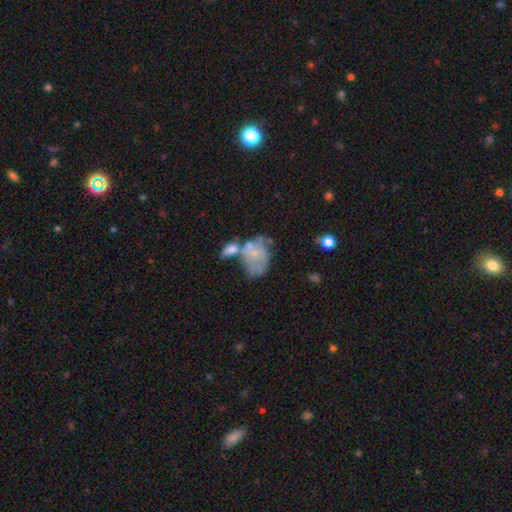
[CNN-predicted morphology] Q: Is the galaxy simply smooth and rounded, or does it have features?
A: smooth — 48%.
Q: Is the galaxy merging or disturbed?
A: merger — 42%.